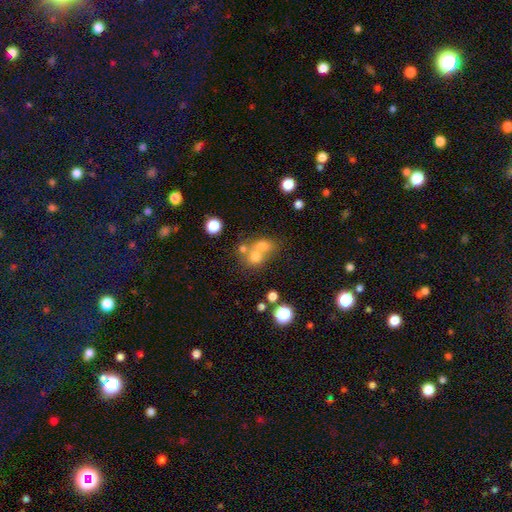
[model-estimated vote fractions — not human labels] smooth-or-featured: smooth: 64% | featured or disk: 19% | star or artifact: 16%
  how-rounded: round: 71% | in between: 28% | cigar-shaped: 1%
  merging: merger: 57% | none: 32% | minor disturbance: 7% | major disturbance: 4%